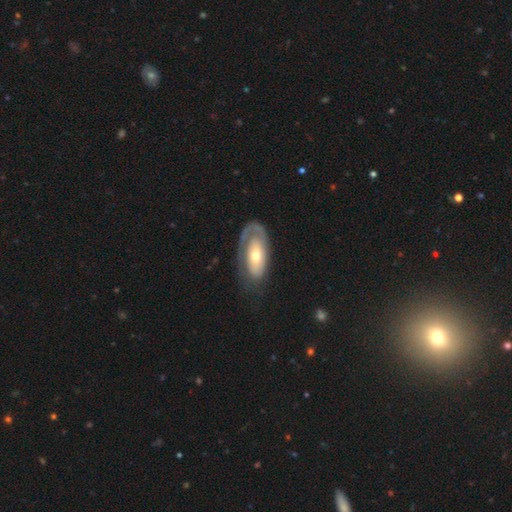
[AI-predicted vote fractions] Smooth or featured? featured or disk (64%)
Edge-on disk? no (91%)
Bar? no (77%)
Spiral arms? yes (68%)
Bulge size? moderate (50%)
Merging? none (55%)